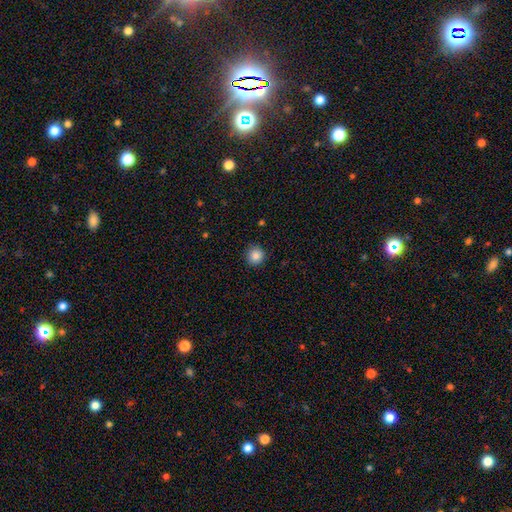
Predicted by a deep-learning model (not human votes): smooth-or-featured: smooth: 87% | star or artifact: 10% | featured or disk: 4%
  how-rounded: round: 93% | in between: 6% | cigar-shaped: 1%
  merging: none: 91% | minor disturbance: 6% | major disturbance: 2% | merger: 1%